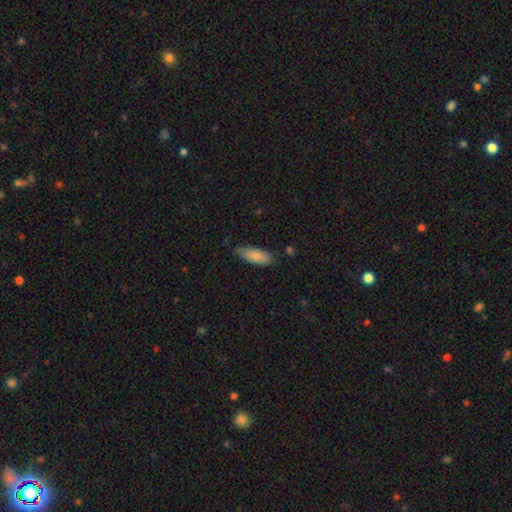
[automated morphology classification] smooth 85%, featured or disk 9%, star or artifact 6%. Down the decision tree: how rounded — in between (61%); merging — none (76%).